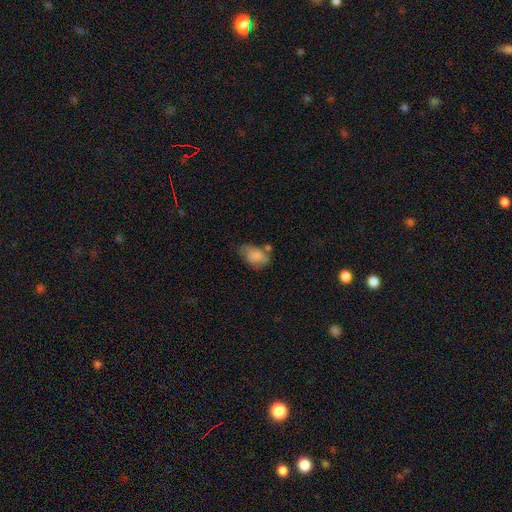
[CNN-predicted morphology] smooth_or_featured: smooth (p=0.75) [alt: featured or disk p=0.16]
how_rounded: in between (p=0.85) [alt: round p=0.14]
merging: none (p=0.38) [alt: minor disturbance p=0.32]